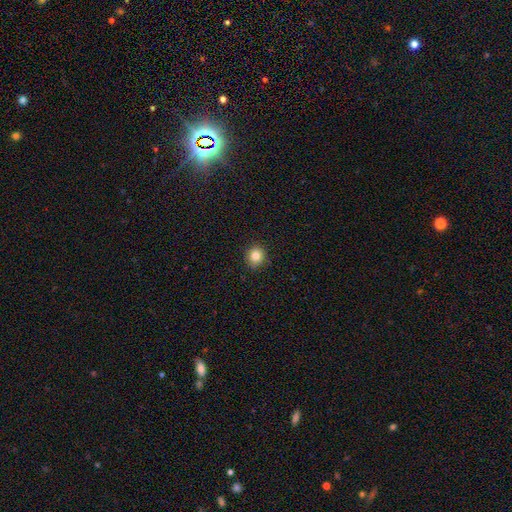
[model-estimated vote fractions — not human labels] smooth 83%, star or artifact 11%, featured or disk 6%. Down the decision tree: how rounded — round (86%); merging — none (88%).